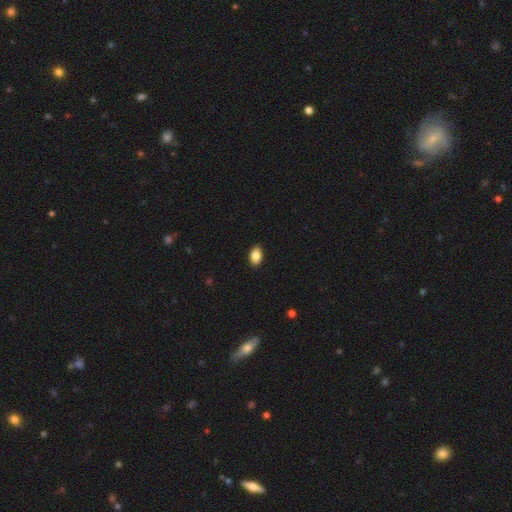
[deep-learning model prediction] The model was most divided on "smooth or featured": smooth: 86%, star or artifact: 8%, featured or disk: 6%. More confident: how rounded — in between (91%); merging — none (90%).